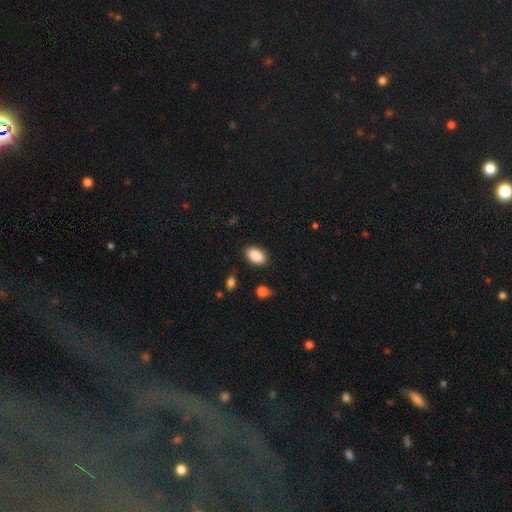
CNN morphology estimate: The model was most divided on "merging": none: 86%, minor disturbance: 10%, major disturbance: 3%, merger: 1%. More confident: how rounded — in between (91%); smooth or featured — smooth (88%).